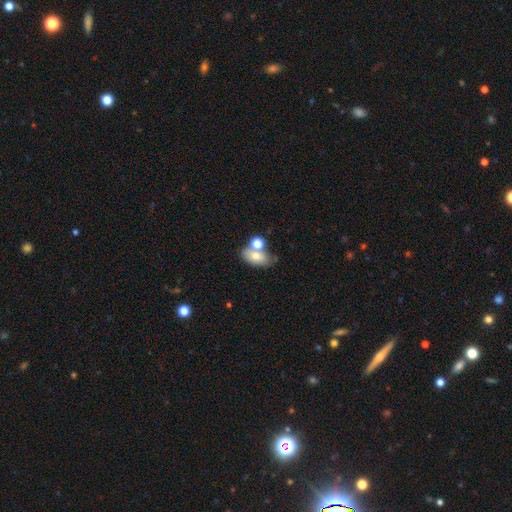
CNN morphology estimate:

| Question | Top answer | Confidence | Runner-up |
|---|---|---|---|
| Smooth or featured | smooth | 72% | featured or disk (19%) |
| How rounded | in between | 84% | round (14%) |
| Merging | none | 45% | merger (35%) |